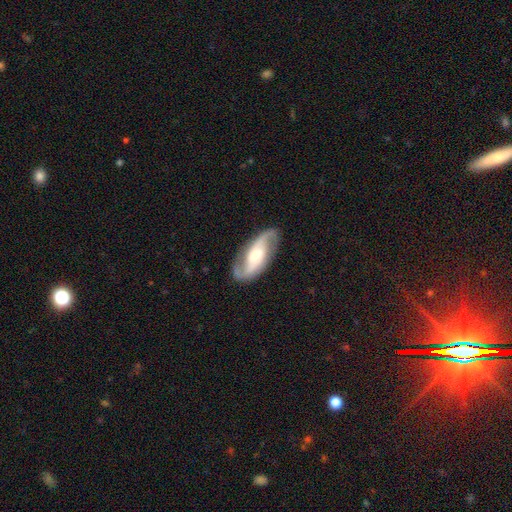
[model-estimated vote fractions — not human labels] Smooth or featured?
  - featured or disk: 86% *
  - smooth: 9%
  - star or artifact: 4%
Edge-on disk?
  - no: 96% *
  - yes: 4%
Bar?
  - no: 39% * (tied)
  - weak: 39% * (tied)
  - strong: 22%
Spiral arms?
  - yes: 97% *
  - no: 3%
Spiral winding?
  - loose: 44% *
  - medium: 43%
  - tight: 13%
Spiral arm count?
  - 2: 93% *
  - can't tell: 2%
  - 1: 2%
  - 3: 1%
  - 4: 1%
  - more than 4: 1%
Bulge size?
  - moderate: 45% *
  - small: 26%
  - large: 20%
  - none: 5%
  - dominant: 3%
Merging?
  - none: 84% *
  - minor disturbance: 11%
  - major disturbance: 4%
  - merger: 1%